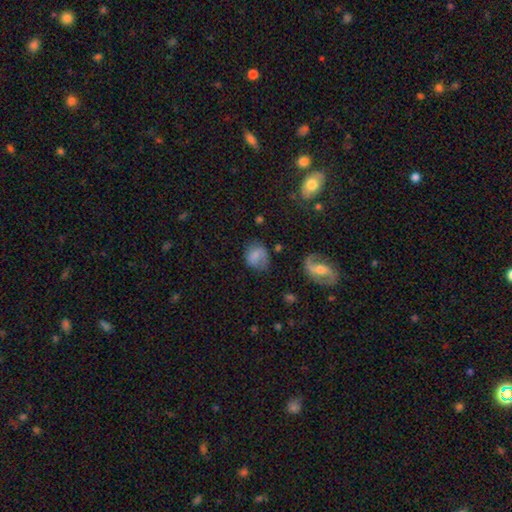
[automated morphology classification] This appears to be a smooth galaxy with no disk features (66%) that is round (51%). Merging: none (52%).